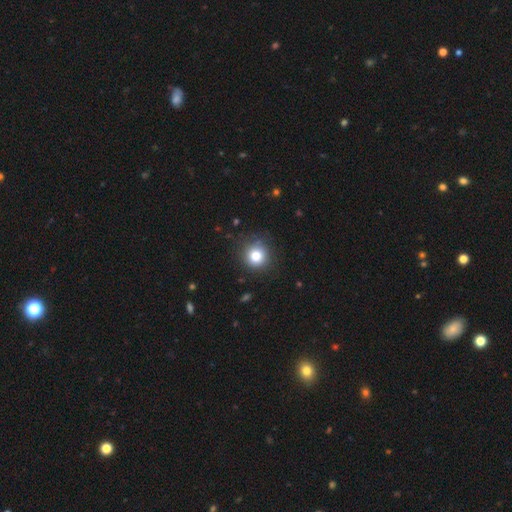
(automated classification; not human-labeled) smooth_or_featured: smooth (p=0.81) [alt: star or artifact p=0.12]
how_rounded: round (p=0.93) [alt: in between p=0.06]
merging: none (p=0.85) [alt: minor disturbance p=0.10]